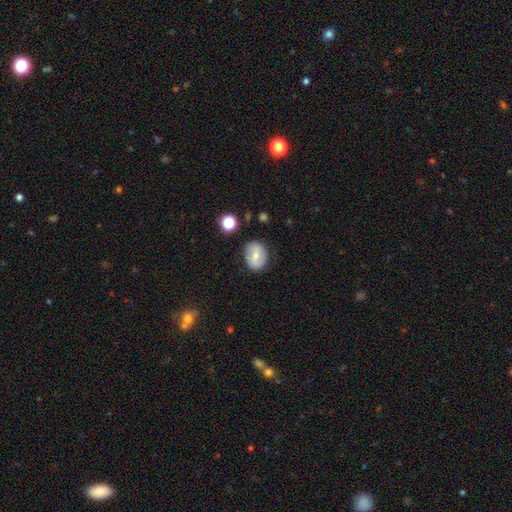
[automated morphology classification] type=smooth (51%); roundness=in between (49%, tied with round); merging=none (81%).